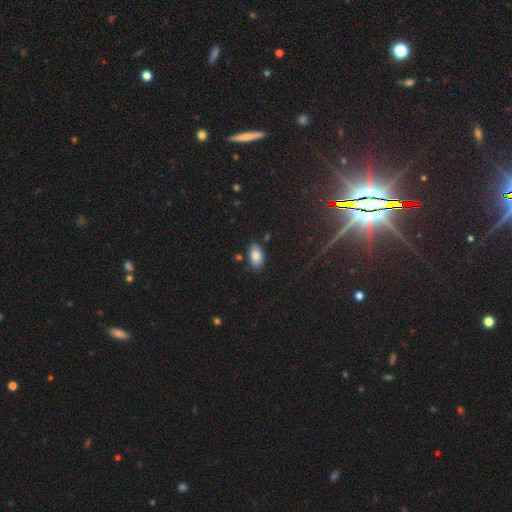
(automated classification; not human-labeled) Q: Smooth or featured?
A: smooth (81%); runner-up: featured or disk (11%)
Q: How rounded?
A: in between (93%); runner-up: round (6%)
Q: Merging?
A: none (82%); runner-up: minor disturbance (12%)